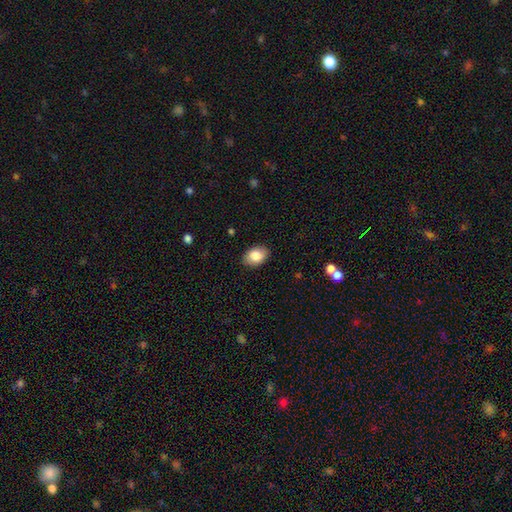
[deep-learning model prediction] A smooth galaxy with no disk features (85%) that is in between round and cigar-shaped (81%).

Vote fractions:
- Smooth or featured? smooth: 85% / featured or disk: 8% / star or artifact: 7%
- How rounded? in between: 81% / round: 18% / cigar-shaped: 1%
- Merging? none: 88% / minor disturbance: 9% / major disturbance: 2% / merger: 1%